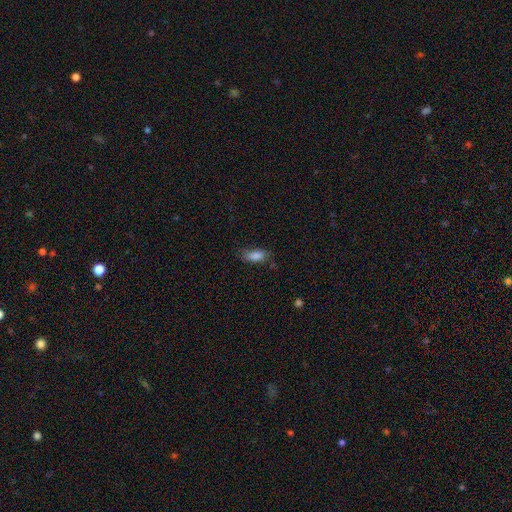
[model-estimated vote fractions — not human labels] Morphology: type=smooth (84%); roundness=in between (82%); merging=none (66%).